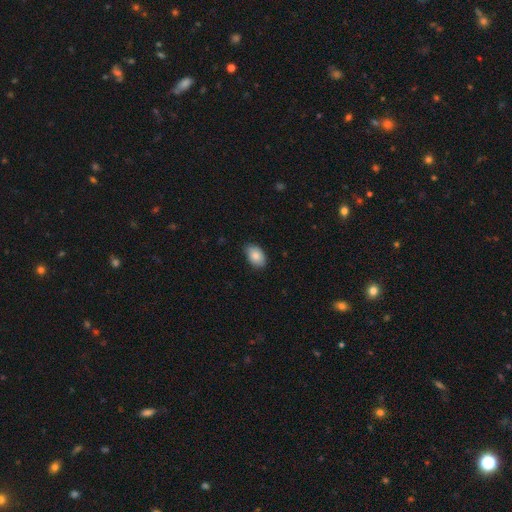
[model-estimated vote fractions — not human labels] The model was most divided on "merging": none: 80%, minor disturbance: 16%, major disturbance: 2%, merger: 1%. More confident: how rounded — in between (88%); smooth or featured — smooth (86%).